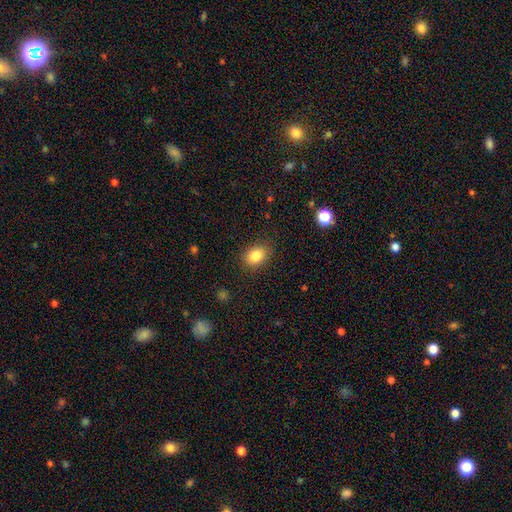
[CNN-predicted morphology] Smooth or featured: smooth — 84% (star or artifact — 9%)
How rounded: in between — 70% (round — 29%)
Merging: none — 85% (minor disturbance — 11%)